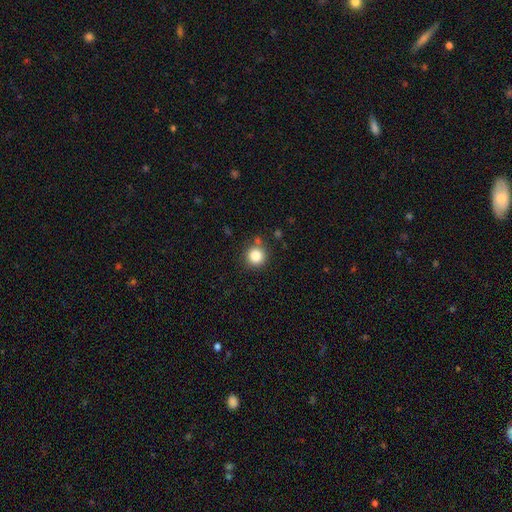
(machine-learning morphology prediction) Smooth or featured?
  - smooth: 84% *
  - star or artifact: 11%
  - featured or disk: 5%
How rounded?
  - round: 93% *
  - in between: 6%
  - cigar-shaped: 1%
Merging?
  - none: 82% *
  - minor disturbance: 10%
  - merger: 5%
  - major disturbance: 3%